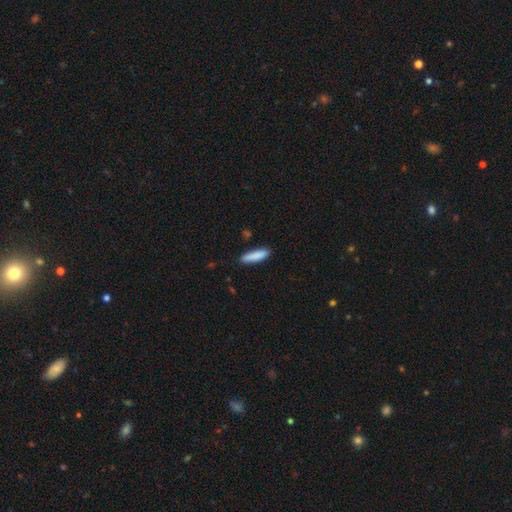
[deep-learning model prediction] A smooth galaxy with no disk features (87%) that is cigar-shaped (77%). Merging: none (87%).